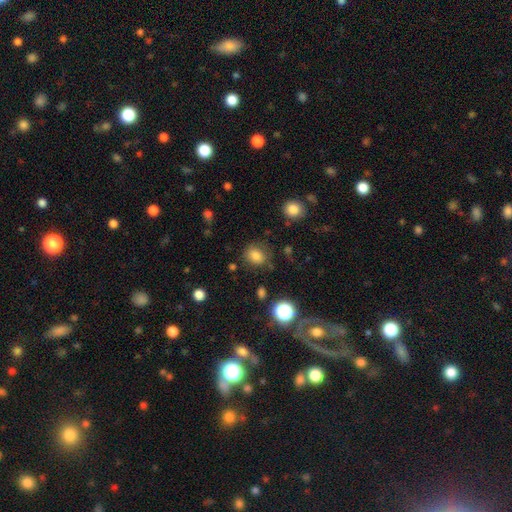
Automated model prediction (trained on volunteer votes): A smooth galaxy with no disk features (80%) that is round (61%).

Vote fractions:
- Smooth or featured? smooth: 80% / star or artifact: 14% / featured or disk: 6%
- How rounded? round: 61% / in between: 38% / cigar-shaped: 1%
- Merging? none: 78% / minor disturbance: 14% / major disturbance: 5% / merger: 3%